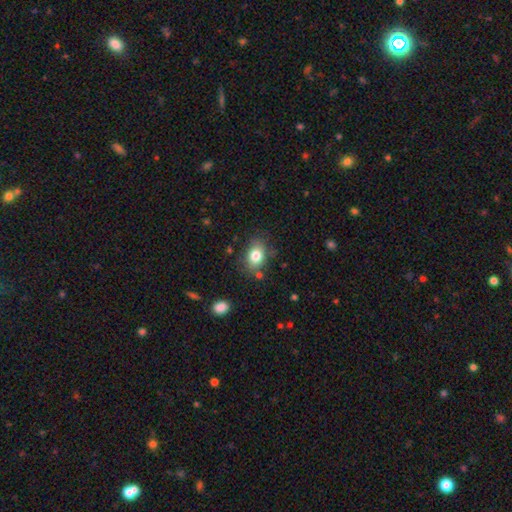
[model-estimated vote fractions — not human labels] smooth-or-featured: smooth: 81% | featured or disk: 9% | star or artifact: 9%
  how-rounded: in between: 69% | round: 30% | cigar-shaped: 1%
  merging: none: 75% | minor disturbance: 16% | major disturbance: 5% | merger: 4%